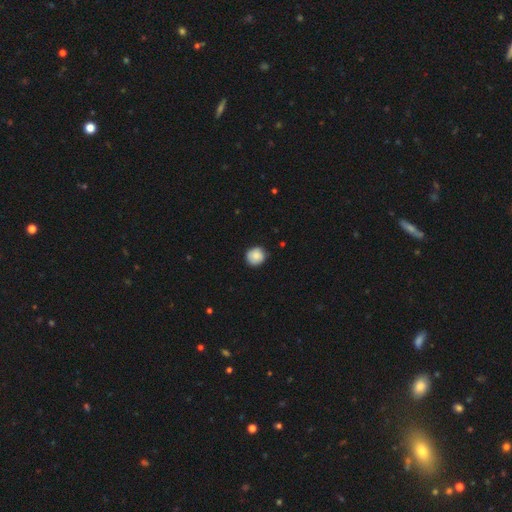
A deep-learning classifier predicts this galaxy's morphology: Smooth or featured: smooth — 86% (star or artifact — 7%)
How rounded: round — 92% (in between — 7%)
Merging: none — 85% (minor disturbance — 12%)